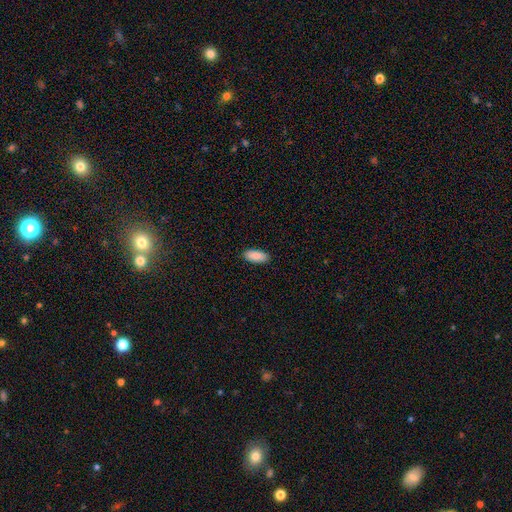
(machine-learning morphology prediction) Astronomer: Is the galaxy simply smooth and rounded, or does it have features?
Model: smooth — 90%.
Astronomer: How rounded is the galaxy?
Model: in between — 89%.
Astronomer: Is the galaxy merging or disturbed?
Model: none — 90%.